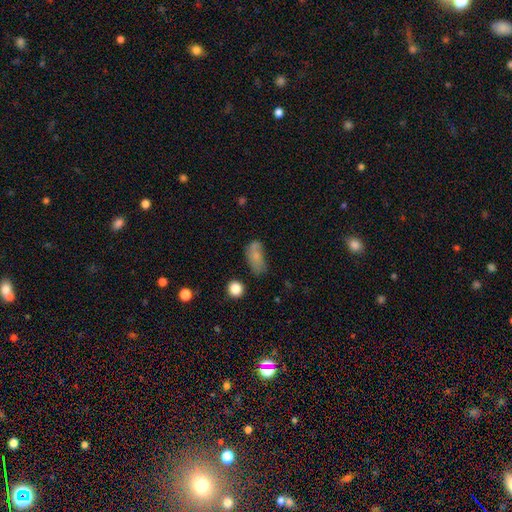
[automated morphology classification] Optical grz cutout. It shows a smooth galaxy with no disk features (69%) that is in between round and cigar-shaped (85%). Merging: none (48%).